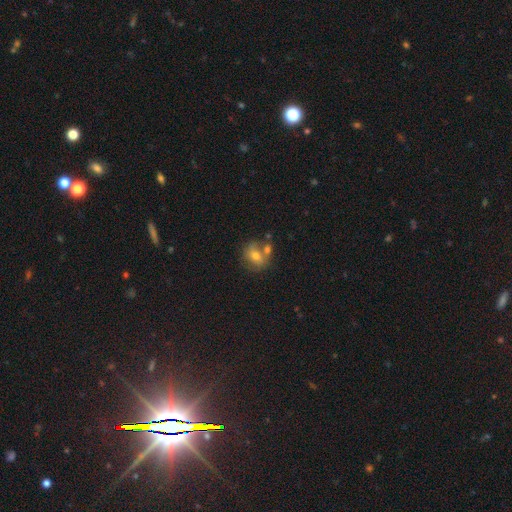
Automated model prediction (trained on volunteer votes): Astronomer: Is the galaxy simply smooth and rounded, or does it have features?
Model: smooth — 62%.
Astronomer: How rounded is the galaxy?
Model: round — 67%.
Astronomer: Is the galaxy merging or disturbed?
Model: none — 52% (runner-up: merger, 28%).